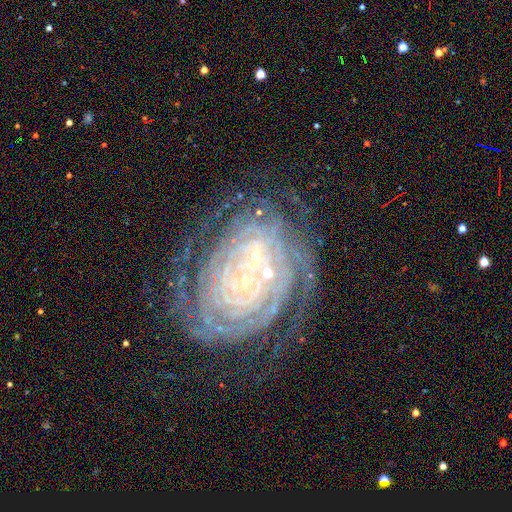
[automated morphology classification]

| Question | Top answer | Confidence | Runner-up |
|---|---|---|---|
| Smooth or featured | featured or disk | 78% | star or artifact (13%) |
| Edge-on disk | no | 96% | yes (4%) |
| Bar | no | 58% | weak (28%) |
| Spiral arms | yes | 92% | no (8%) |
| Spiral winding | tight | 76% | medium (19%) |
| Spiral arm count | can't tell | 33% | more than 4 (19%) |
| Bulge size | small | 75% | moderate (16%) |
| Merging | none | 50% | minor disturbance (18%) |